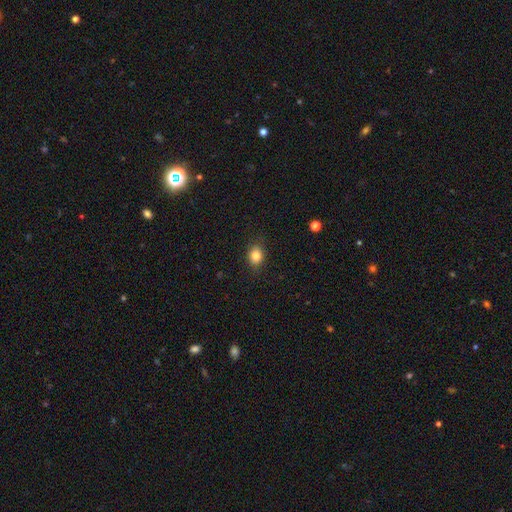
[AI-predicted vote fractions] smooth_or_featured: smooth (p=0.84) [alt: star or artifact p=0.10]
how_rounded: in between (p=0.50) [alt: round p=0.49]
merging: none (p=0.84) [alt: minor disturbance p=0.12]